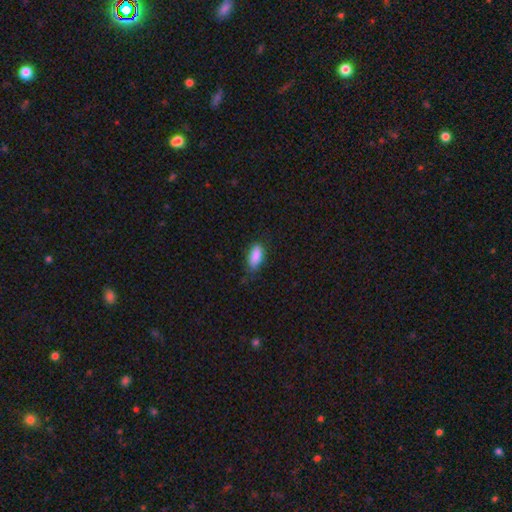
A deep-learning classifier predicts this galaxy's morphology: Overall: smooth (87%). How rounded: in between (85%). Merging: none (67%; minor disturbance 27%).